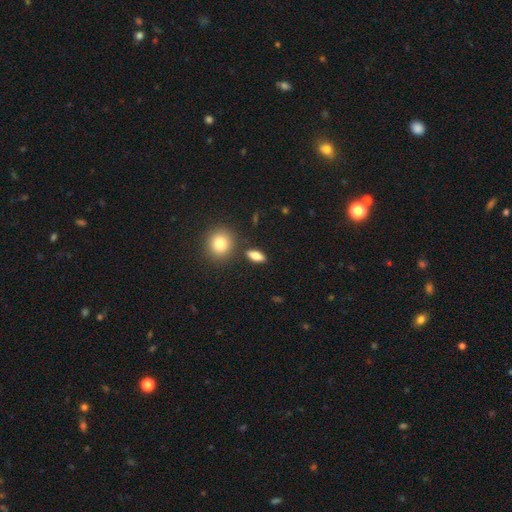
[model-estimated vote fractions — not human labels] Smooth or featured: smooth — 79% (featured or disk — 12%)
How rounded: in between — 71% (cigar-shaped — 19%)
Merging: none — 84% (minor disturbance — 9%)